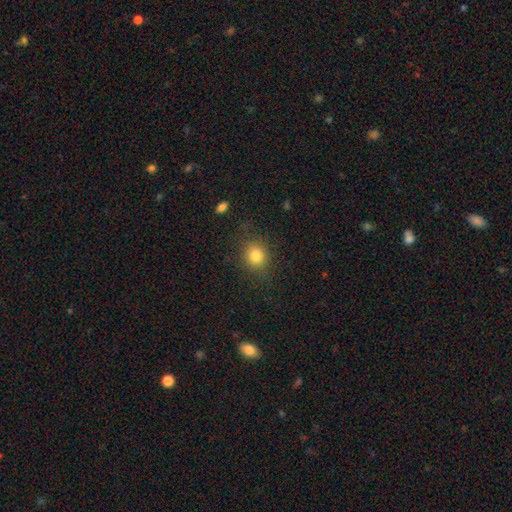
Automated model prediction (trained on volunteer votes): Smooth or featured? smooth (82%)
How rounded? round (75%)
Merging? none (83%)